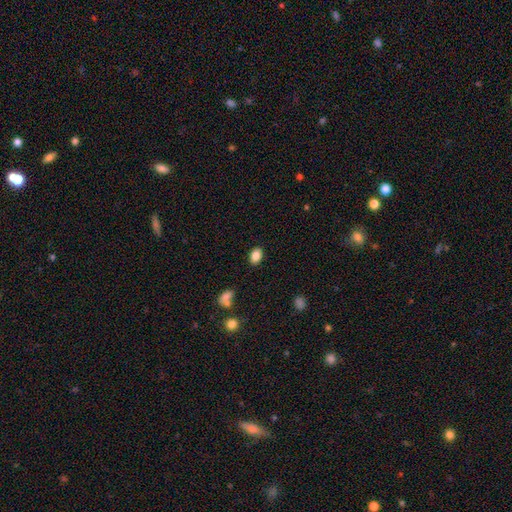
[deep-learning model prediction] Q: Smooth or featured?
A: smooth (85%); runner-up: star or artifact (9%)
Q: How rounded?
A: in between (82%); runner-up: round (17%)
Q: Merging?
A: none (87%); runner-up: minor disturbance (9%)